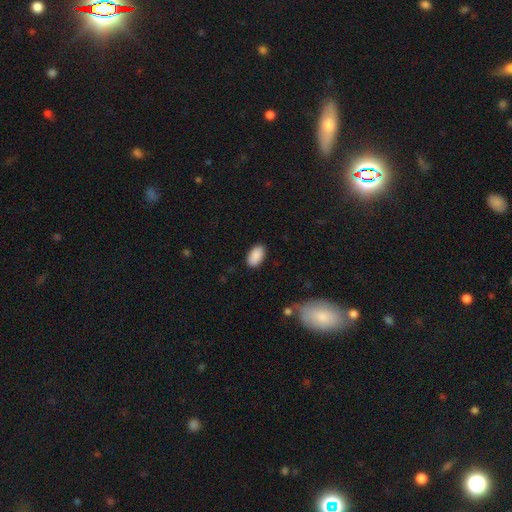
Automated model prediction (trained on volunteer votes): Overall: smooth (90%). How rounded: in between (95%). Merging: none (88%).